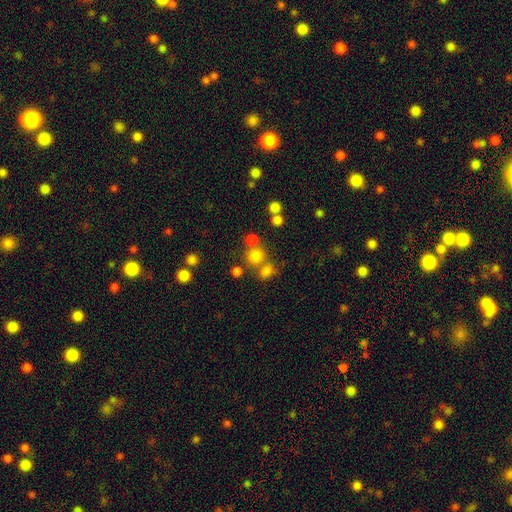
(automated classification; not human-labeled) A smooth galaxy with no disk features (73%) that is round (88%).

Vote fractions:
- Smooth or featured? smooth: 73% / star or artifact: 19% / featured or disk: 8%
- How rounded? round: 88% / in between: 11% / cigar-shaped: 1%
- Merging? none: 64% / merger: 23% / minor disturbance: 8% / major disturbance: 4%